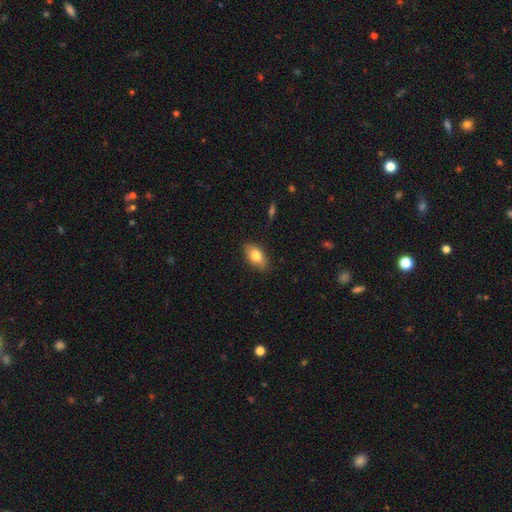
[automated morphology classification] Smooth or featured: smooth — 79% (featured or disk — 14%)
How rounded: in between — 90% (round — 6%)
Merging: none — 84% (minor disturbance — 12%)